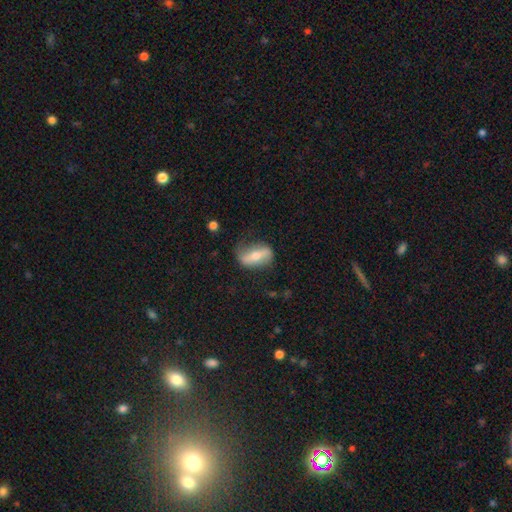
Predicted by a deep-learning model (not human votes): smooth_or_featured: featured or disk (p=0.54) [alt: smooth p=0.40]
disk_edge_on: no (p=0.74) [alt: yes p=0.26]
merging: none (p=0.63) [alt: minor disturbance p=0.24]